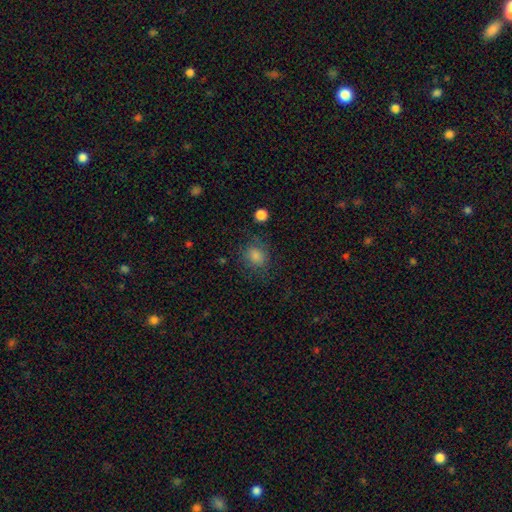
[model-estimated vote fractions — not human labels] The model was most divided on "how rounded": round: 70%, in between: 29%, cigar-shaped: 1%. More confident: merging — none (76%); smooth or featured — smooth (74%).